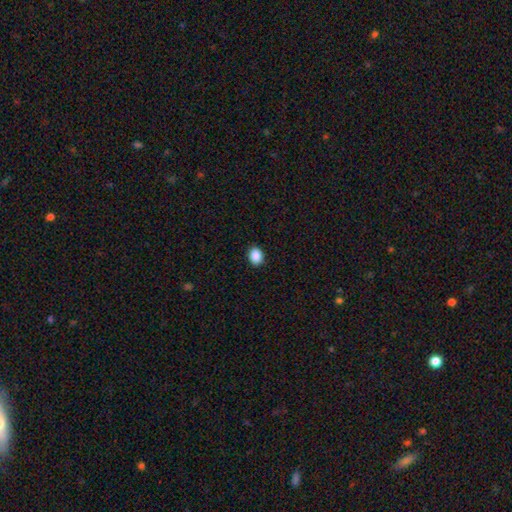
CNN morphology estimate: Q: Smooth or featured?
A: smooth (89%); runner-up: star or artifact (8%)
Q: How rounded?
A: in between (59%); runner-up: round (40%)
Q: Merging?
A: none (90%); runner-up: minor disturbance (7%)